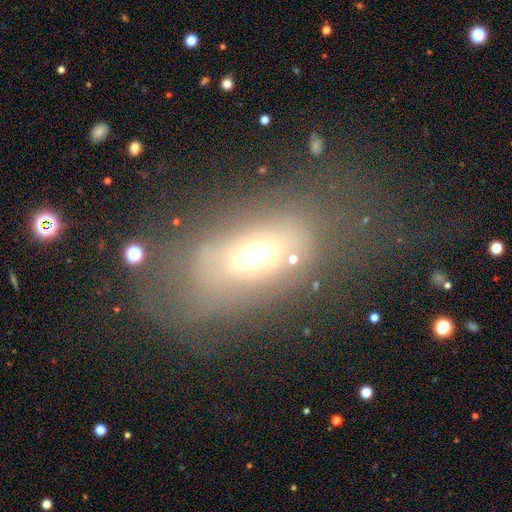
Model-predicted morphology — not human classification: Smooth or featured: smooth — 50% (featured or disk — 32%)
Merging: none — 48% (major disturbance — 28%)